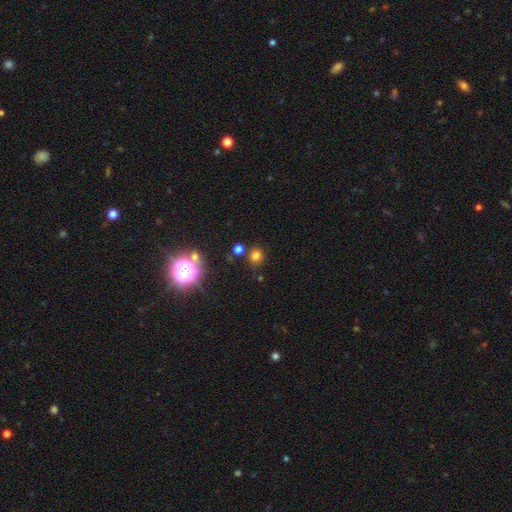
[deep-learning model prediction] Smooth or featured: smooth — 71% (star or artifact — 22%)
How rounded: round — 85% (in between — 14%)
Merging: none — 79% (minor disturbance — 9%)